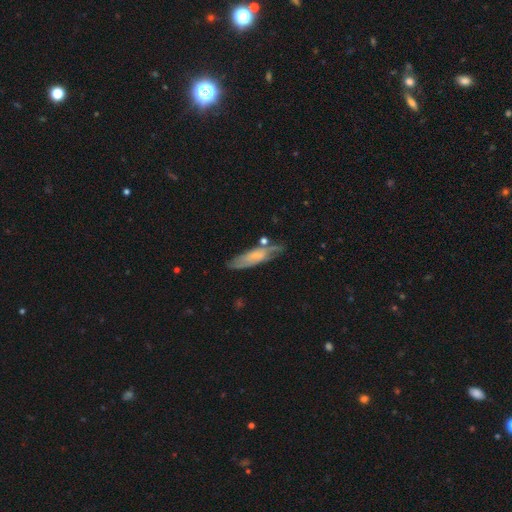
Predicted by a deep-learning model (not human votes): smooth-or-featured: smooth: 49% | featured or disk: 43% | star or artifact: 7%
  merging: none: 62% | minor disturbance: 24% | major disturbance: 8% | merger: 7%